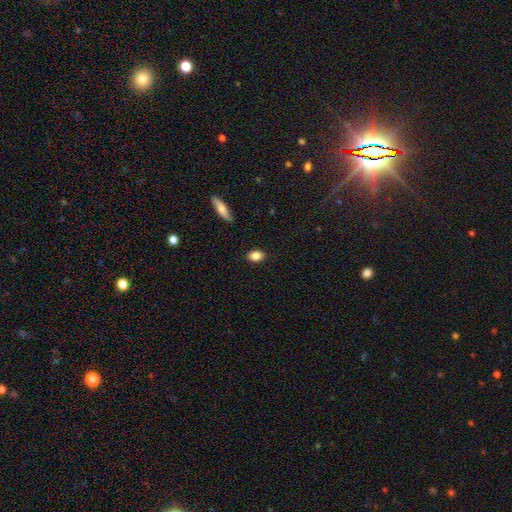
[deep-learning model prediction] A smooth galaxy with no disk features (84%) that is in between round and cigar-shaped (80%). Merging: none (88%).